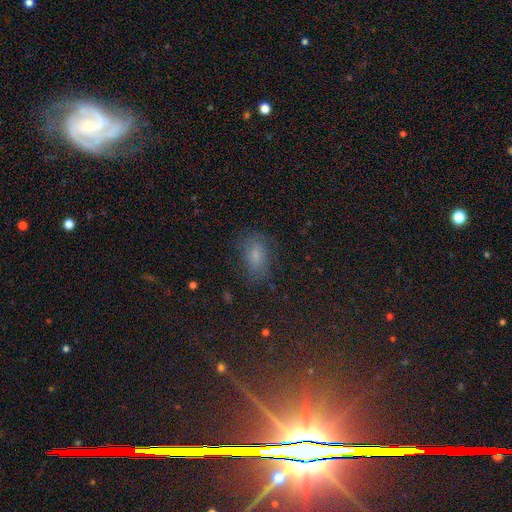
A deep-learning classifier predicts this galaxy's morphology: Smooth or featured? Predicted: smooth (p=0.53). How rounded? Predicted: in between (p=0.84). Merging? Predicted: none (p=0.66).